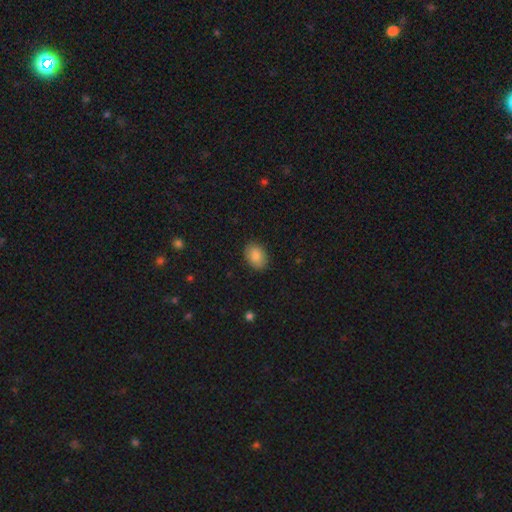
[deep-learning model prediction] Q: Smooth or featured?
A: smooth (86%); runner-up: star or artifact (7%)
Q: How rounded?
A: in between (77%); runner-up: round (22%)
Q: Merging?
A: none (88%); runner-up: minor disturbance (9%)